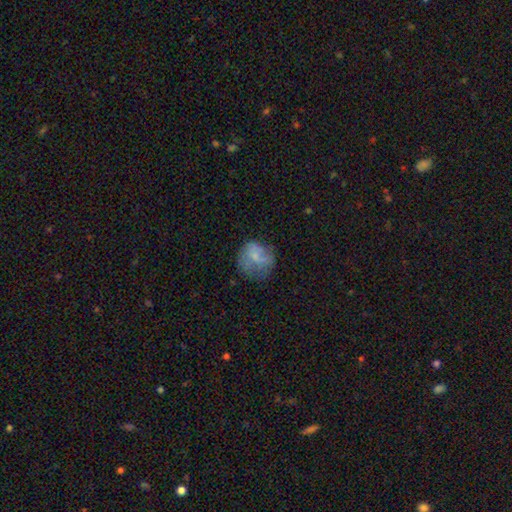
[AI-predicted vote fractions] The model was most divided on "merging": none: 47%, minor disturbance: 26%, major disturbance: 25%, merger: 3%. More confident: how rounded — round (74%); smooth or featured — smooth (59%).